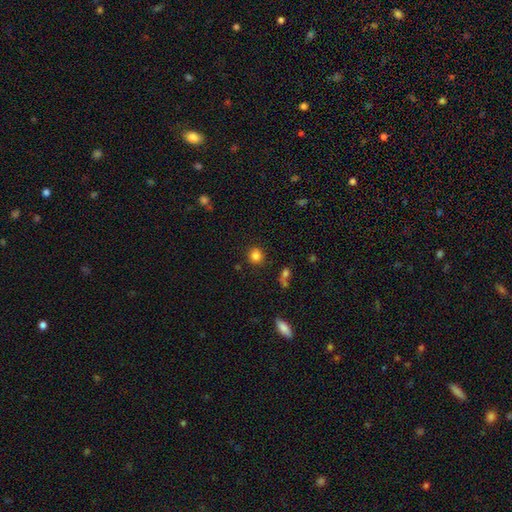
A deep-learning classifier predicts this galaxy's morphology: smooth 83%, star or artifact 12%, featured or disk 5%. Down the decision tree: how rounded — round (88%); merging — none (86%).